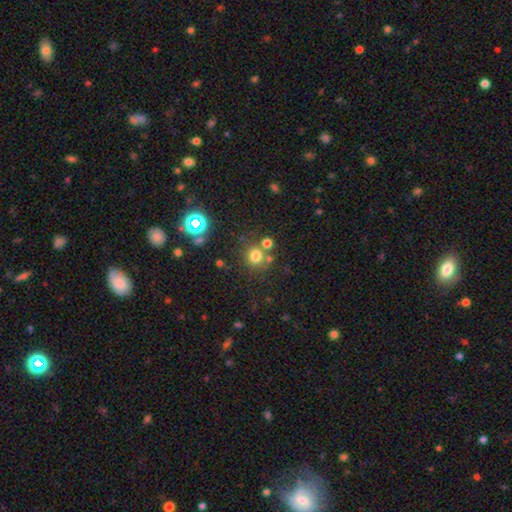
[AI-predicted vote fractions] This appears to be a smooth galaxy with no disk features (74%) that is round (87%). Merging: none (68%).